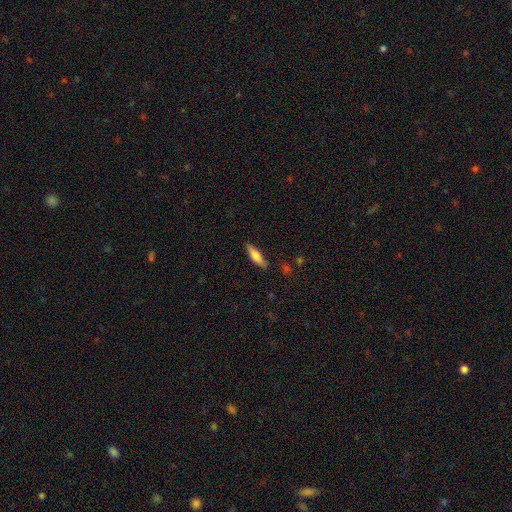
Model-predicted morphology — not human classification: This appears to be a smooth galaxy with no disk features (68%) that is cigar-shaped (65%). Merging: none (82%).